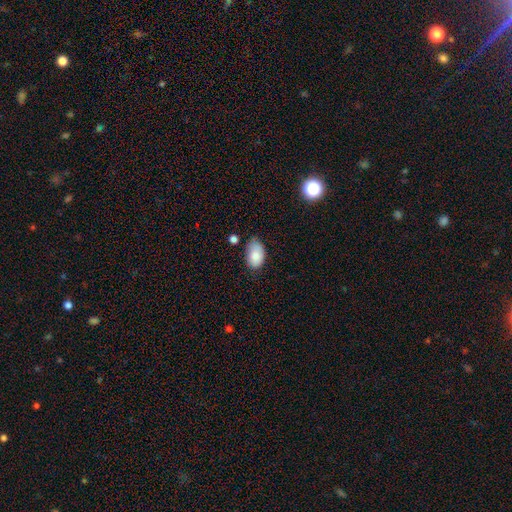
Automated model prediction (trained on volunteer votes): Morphology: type=smooth (83%); roundness=in between (92%); merging=none (54%).